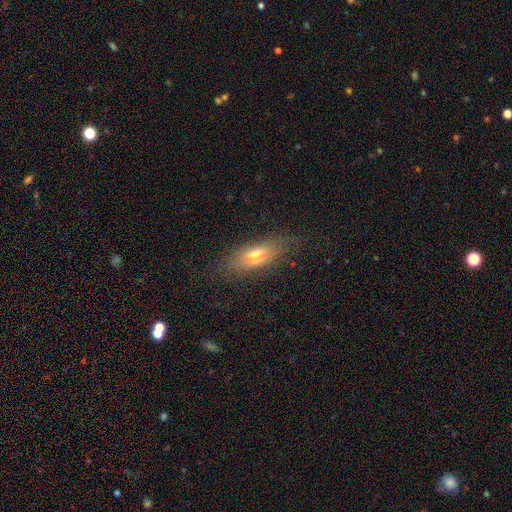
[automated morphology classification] This is possibly a smooth galaxy (49%). Merging: likely none (77%).